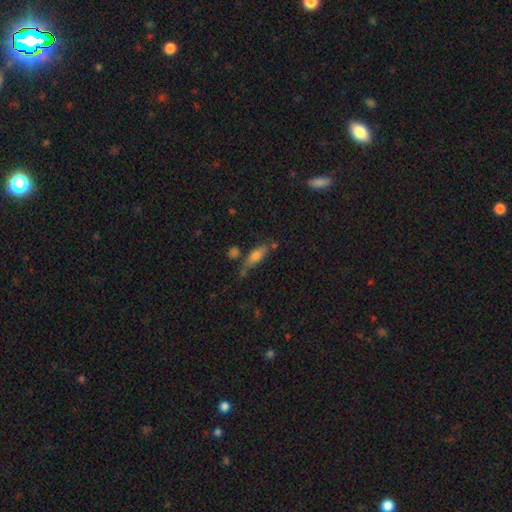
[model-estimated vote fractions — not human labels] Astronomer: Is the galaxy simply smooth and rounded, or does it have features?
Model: smooth — 63%.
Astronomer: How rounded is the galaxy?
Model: in between — 51% (runner-up: cigar-shaped, 45%).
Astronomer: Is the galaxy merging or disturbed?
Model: none — 55%.